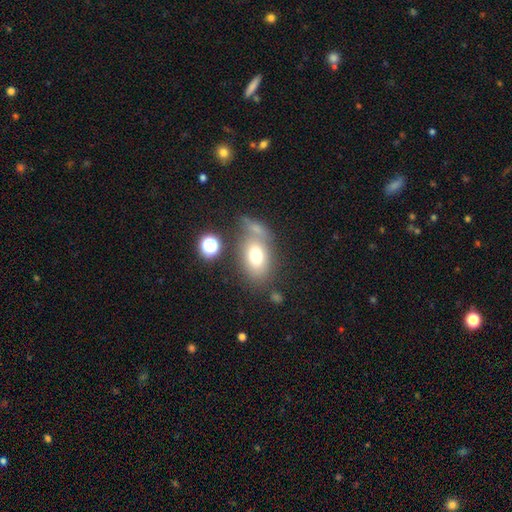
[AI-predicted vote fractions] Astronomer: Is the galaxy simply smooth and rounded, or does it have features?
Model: smooth — 72%.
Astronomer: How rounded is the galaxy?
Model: in between — 81%.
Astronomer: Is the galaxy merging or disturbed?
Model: none — 53%.